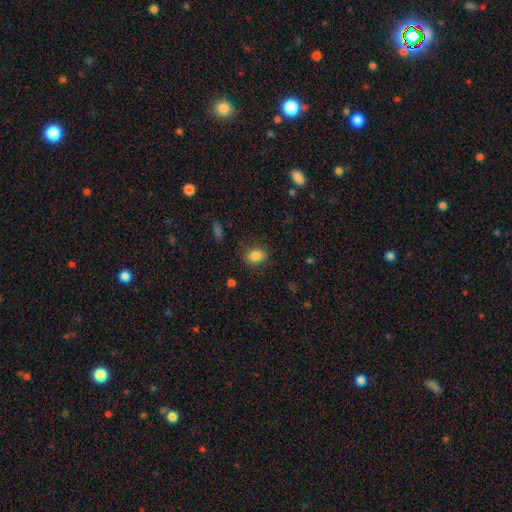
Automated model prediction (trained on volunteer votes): smooth 85%, star or artifact 10%, featured or disk 6%. Down the decision tree: how rounded — in between (68%); merging — none (83%).